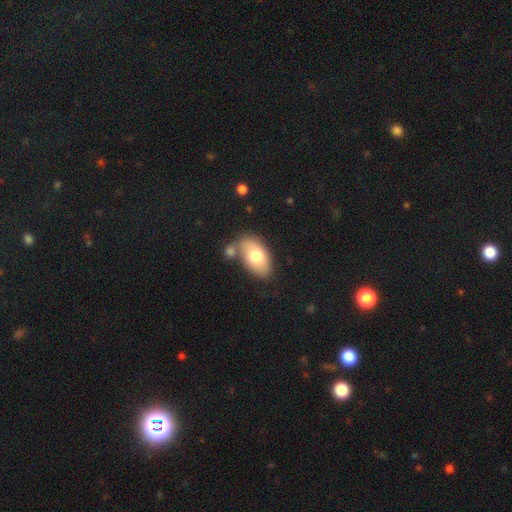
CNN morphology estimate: Overall: smooth (74%). How rounded: in between (93%). Merging: none (60%).